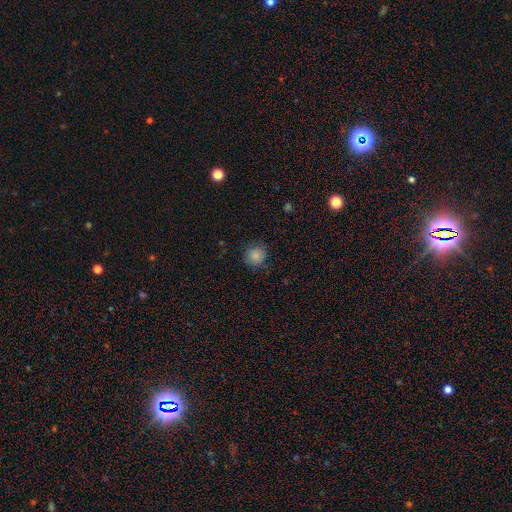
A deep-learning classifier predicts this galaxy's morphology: This appears to be a smooth galaxy with no disk features (85%) that is round (90%). Merging: none (83%).